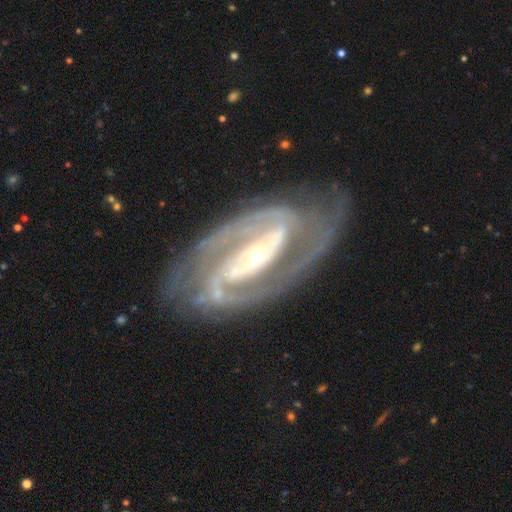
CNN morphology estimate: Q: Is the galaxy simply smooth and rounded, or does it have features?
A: featured or disk — 91%.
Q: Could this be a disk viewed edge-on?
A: no — 95%.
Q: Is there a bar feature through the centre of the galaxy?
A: strong — 58%.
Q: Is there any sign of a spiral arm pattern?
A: yes — 97%.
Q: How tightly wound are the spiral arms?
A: tight — 47%.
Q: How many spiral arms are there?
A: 2 — 78%.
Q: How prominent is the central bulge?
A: small — 62%.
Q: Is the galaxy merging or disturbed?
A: none — 72%.